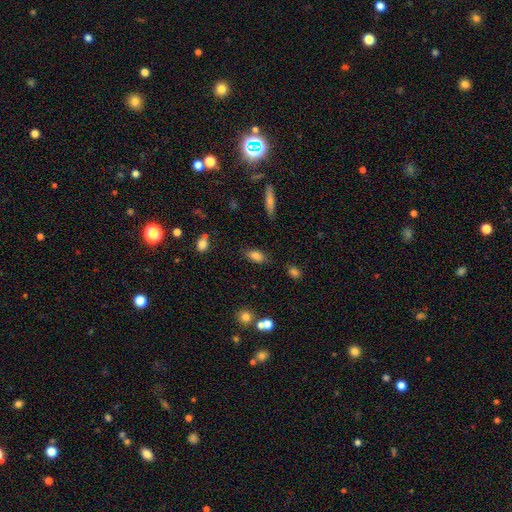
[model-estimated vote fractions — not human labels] Smooth or featured? smooth (82%)
How rounded? in between (87%)
Merging? none (80%)